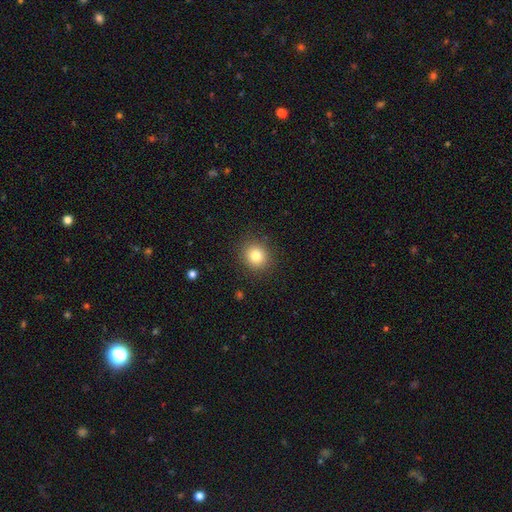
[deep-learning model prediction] A smooth galaxy with no disk features (81%) that is round (84%).

Vote fractions:
- Smooth or featured? smooth: 81% / star or artifact: 11% / featured or disk: 8%
- How rounded? round: 84% / in between: 15% / cigar-shaped: 1%
- Merging? none: 89% / minor disturbance: 7% / major disturbance: 3% / merger: 1%